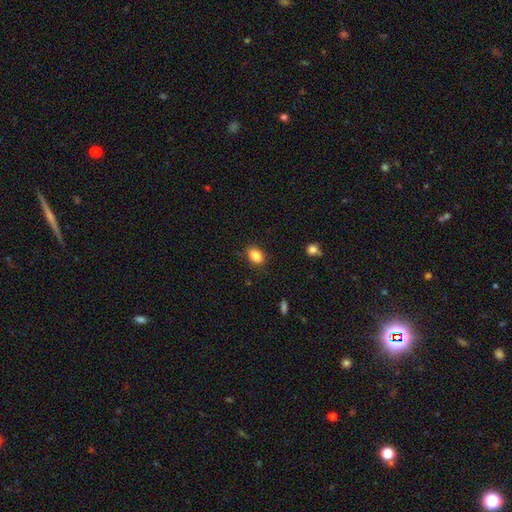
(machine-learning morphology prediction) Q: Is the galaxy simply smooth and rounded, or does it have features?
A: smooth — 87%.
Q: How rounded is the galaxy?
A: in between — 77%.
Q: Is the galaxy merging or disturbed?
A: none — 84%.